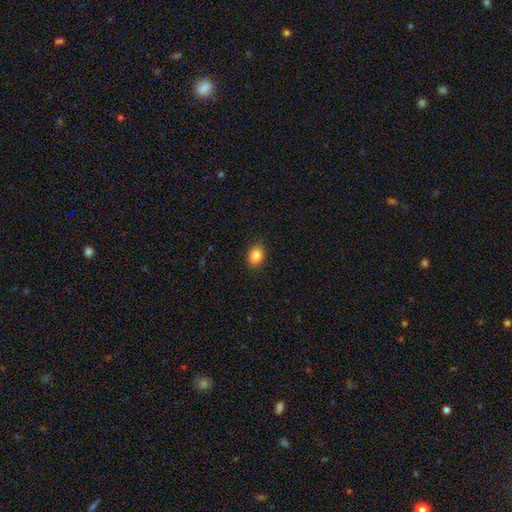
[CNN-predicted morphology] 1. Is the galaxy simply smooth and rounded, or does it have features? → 88% smooth, 9% star or artifact, 3% featured or disk.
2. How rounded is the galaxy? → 75% in between, 24% round, 1% cigar-shaped.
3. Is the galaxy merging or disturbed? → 89% none, 8% minor disturbance, 2% major disturbance, 1% merger.